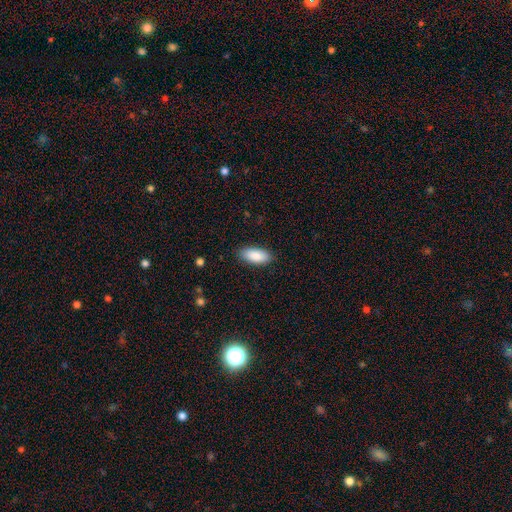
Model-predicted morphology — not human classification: A smooth galaxy with no disk features (89%) that is in between round and cigar-shaped (88%).

Vote fractions:
- Smooth or featured? smooth: 89% / star or artifact: 6% / featured or disk: 5%
- How rounded? in between: 88% / cigar-shaped: 10% / round: 2%
- Merging? none: 87% / minor disturbance: 10% / major disturbance: 2% / merger: 1%